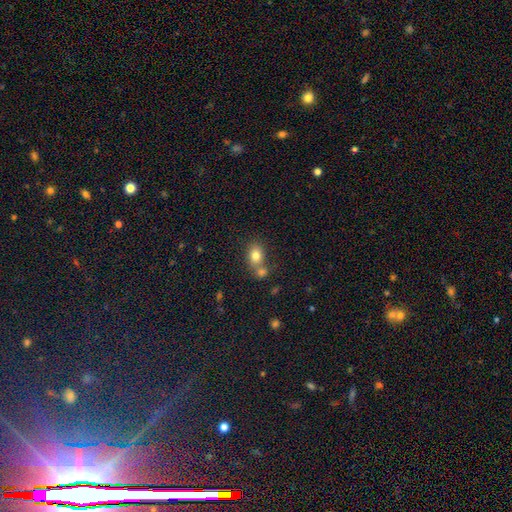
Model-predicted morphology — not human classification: This appears to be a smooth galaxy with no disk features (79%) that is in between round and cigar-shaped (61%). Merging: none (49%).